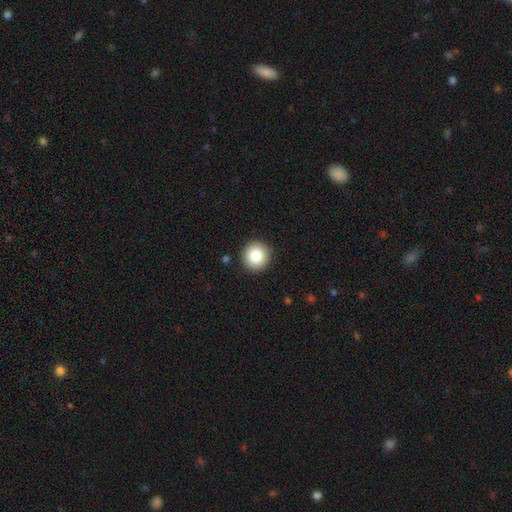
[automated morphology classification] smooth-or-featured: smooth: 85% | star or artifact: 9% | featured or disk: 6%
  how-rounded: round: 95% | in between: 4% | cigar-shaped: 1%
  merging: none: 92% | minor disturbance: 5% | major disturbance: 2% | merger: 1%